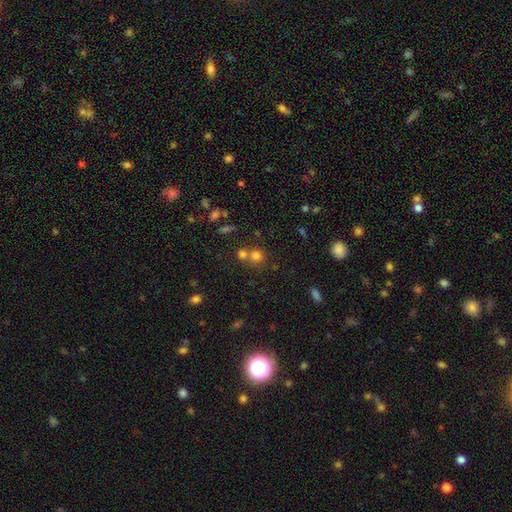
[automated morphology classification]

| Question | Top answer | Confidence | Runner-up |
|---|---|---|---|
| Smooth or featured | smooth | 73% | star or artifact (18%) |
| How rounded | round | 87% | in between (12%) |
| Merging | none | 53% | merger (37%) |